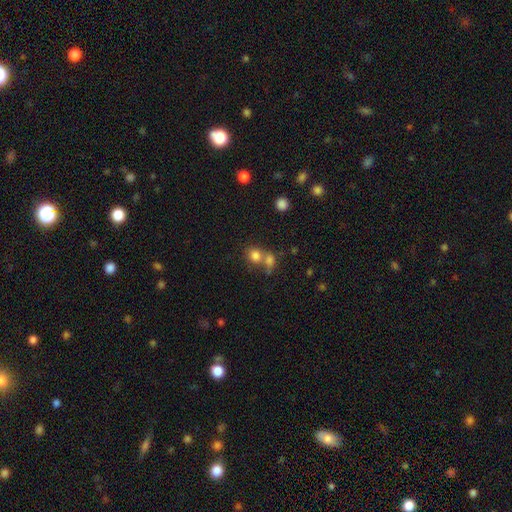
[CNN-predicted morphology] type=smooth (78%); roundness=round (72%); merging=merger (48%).